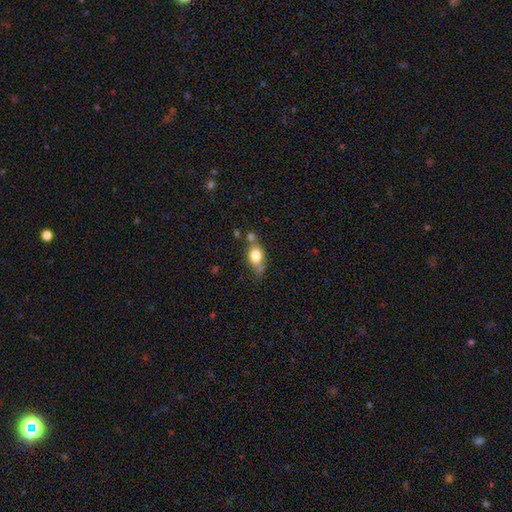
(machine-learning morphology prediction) smooth-or-featured: smooth: 75% | featured or disk: 17% | star or artifact: 8%
  how-rounded: in between: 74% | round: 20% | cigar-shaped: 6%
  merging: none: 47% | minor disturbance: 24% | merger: 22% | major disturbance: 8%